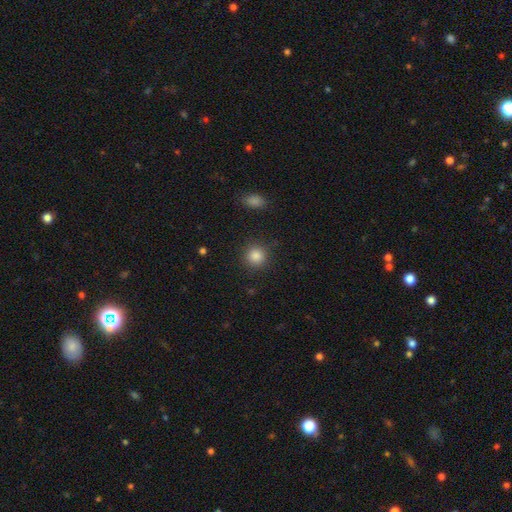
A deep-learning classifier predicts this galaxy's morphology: A smooth galaxy with no disk features (86%) that is round (91%). Merging: none (89%).